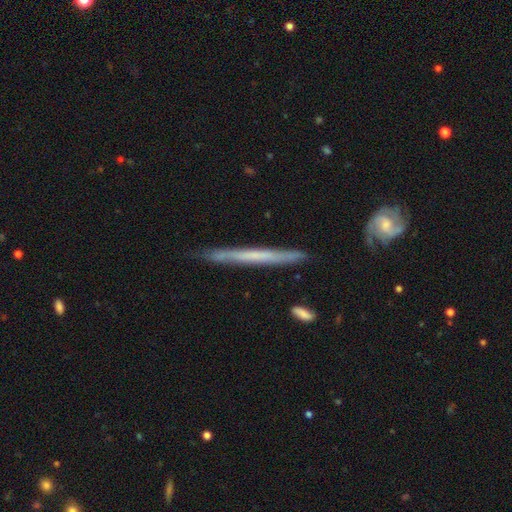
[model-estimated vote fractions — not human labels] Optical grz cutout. It shows a featured or disk galaxy (58%) viewed edge-on (93%) with no central bulge (87%). Merging: none (84%).